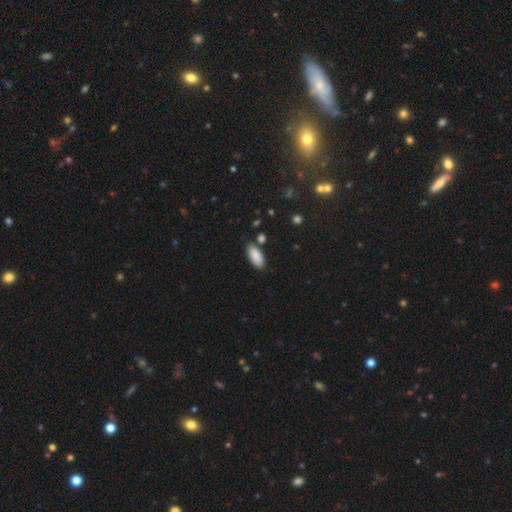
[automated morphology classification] type=smooth (89%); roundness=in between (89%); merging=none (80%).